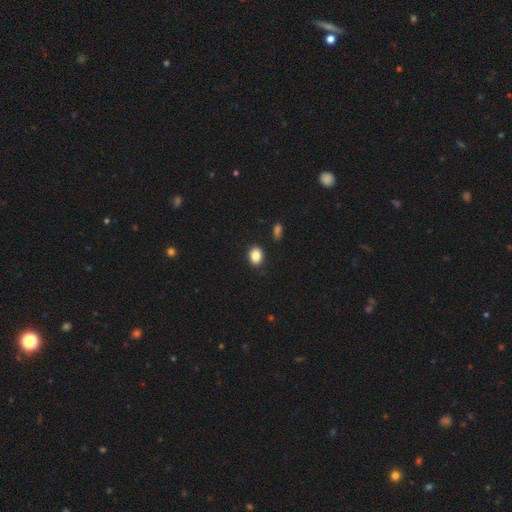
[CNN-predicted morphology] Overall: smooth (86%). How rounded: in between (56%; round 43%). Merging: none (88%).